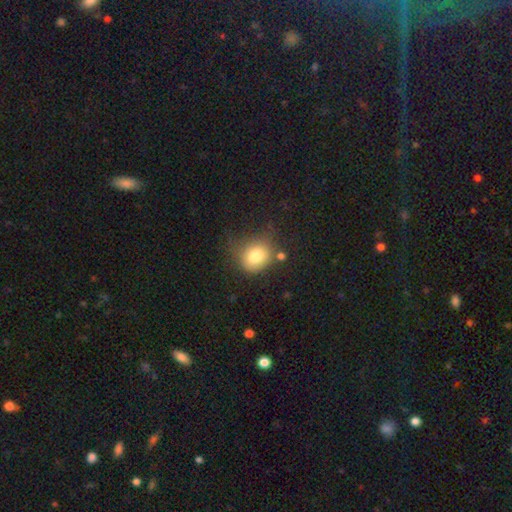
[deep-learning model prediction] The model was most divided on "how rounded": round: 65%, in between: 34%, cigar-shaped: 1%. More confident: smooth or featured — smooth (80%); merging — none (58%).